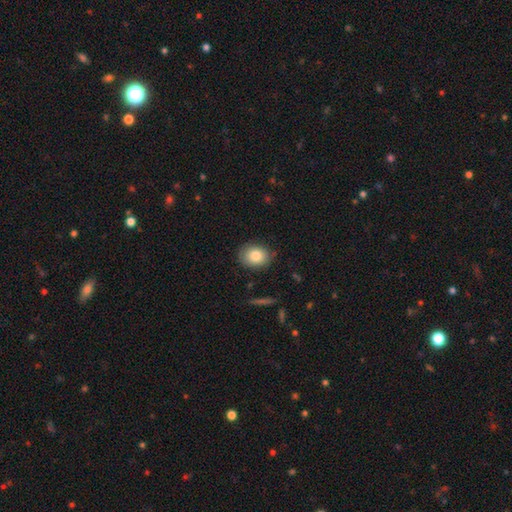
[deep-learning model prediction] Smooth or featured: smooth — 82% (featured or disk — 10%)
How rounded: in between — 54% (round — 45%)
Merging: none — 82% (minor disturbance — 13%)